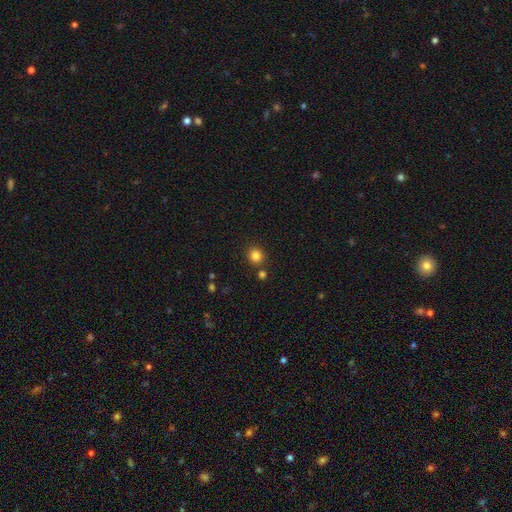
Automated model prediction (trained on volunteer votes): smooth 83%, star or artifact 13%, featured or disk 5%. Down the decision tree: how rounded — round (89%); merging — none (84%).